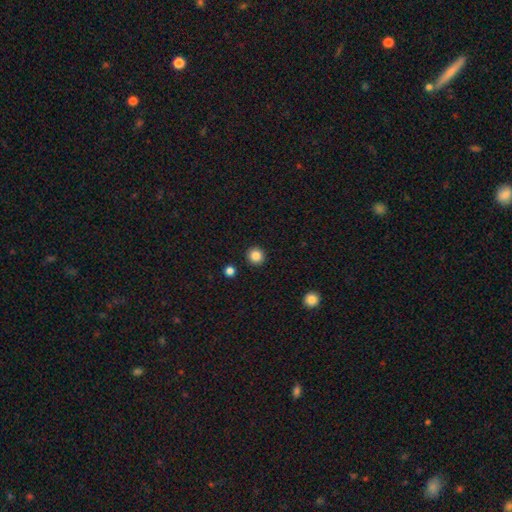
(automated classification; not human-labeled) smooth 86%, star or artifact 10%, featured or disk 4%. Down the decision tree: how rounded — round (94%); merging — none (92%).